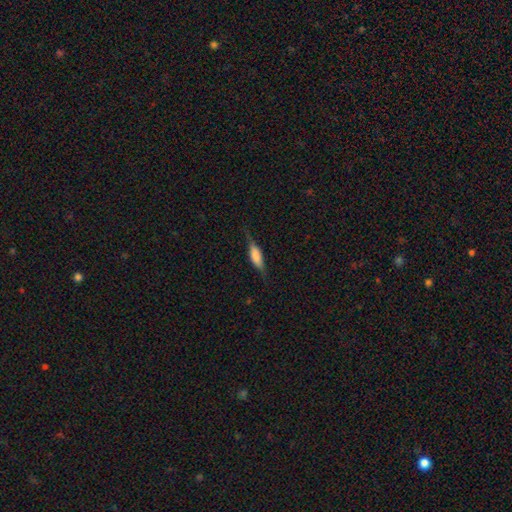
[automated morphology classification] Smooth or featured? Predicted: smooth (p=0.54). How rounded? Predicted: in between (p=0.51). Merging? Predicted: none (p=0.70).